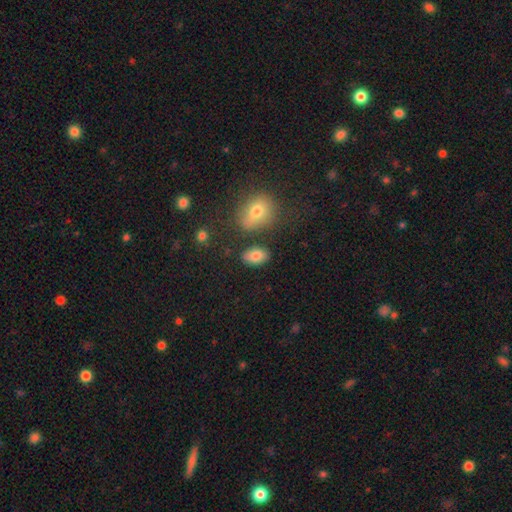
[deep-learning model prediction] smooth_or_featured: smooth (p=0.81) [alt: featured or disk p=0.10]
how_rounded: in between (p=0.87) [alt: round p=0.11]
merging: none (p=0.80) [alt: minor disturbance p=0.11]